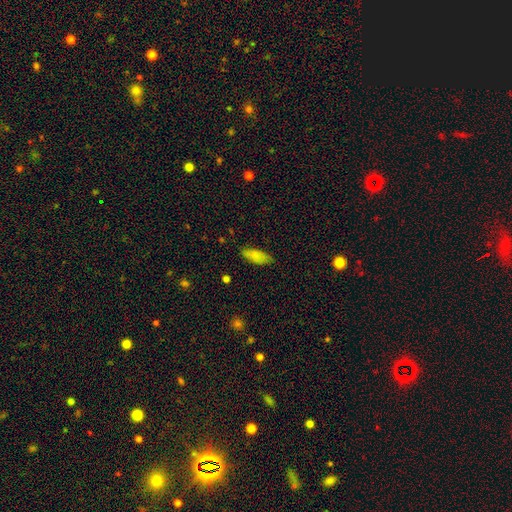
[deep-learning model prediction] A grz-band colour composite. It shows a smooth galaxy with no disk features (82%) that is in between round and cigar-shaped (78%). Merging: none (79%).